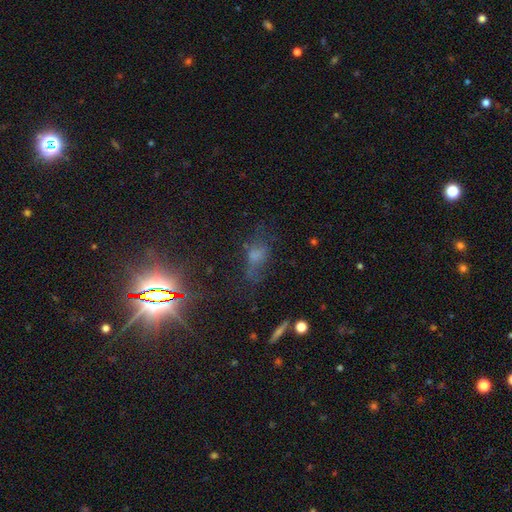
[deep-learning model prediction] Smooth or featured? smooth (44%)
Merging? none (46%)